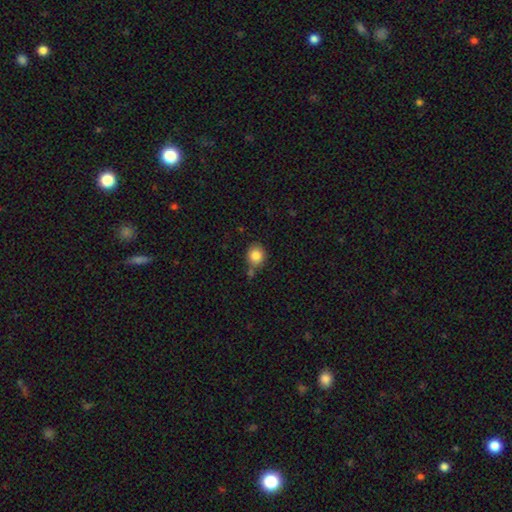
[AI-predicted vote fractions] Smooth or featured?
  - smooth: 84% *
  - star or artifact: 10%
  - featured or disk: 6%
How rounded?
  - round: 78% *
  - in between: 21%
  - cigar-shaped: 1%
Merging?
  - none: 70% *
  - minor disturbance: 15%
  - merger: 12%
  - major disturbance: 3%